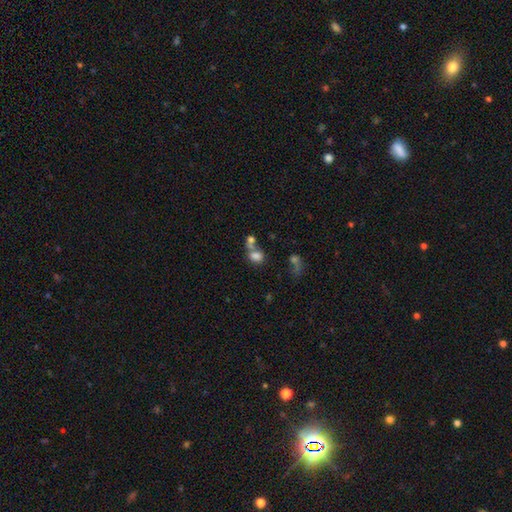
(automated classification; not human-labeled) Overall: smooth (73%). How rounded: in between (58%; round 40%). Merging: merger (49%; none 32%).